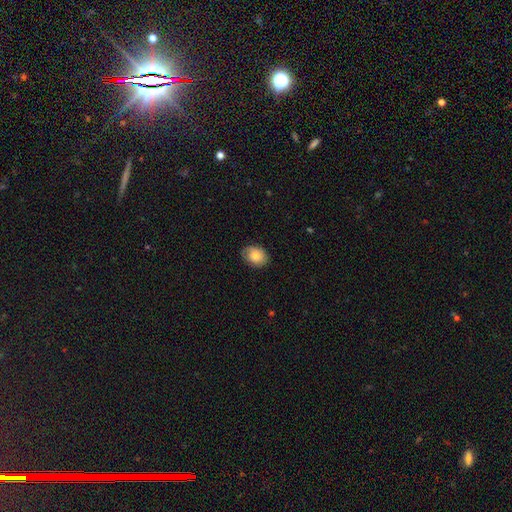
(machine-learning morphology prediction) A smooth galaxy with no disk features (77%) that is in between round and cigar-shaped (61%). Merging: none (76%).